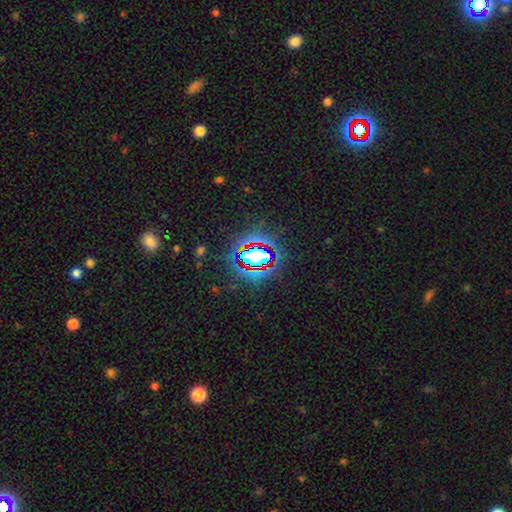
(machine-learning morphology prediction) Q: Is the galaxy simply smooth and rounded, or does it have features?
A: star or artifact — 70%.